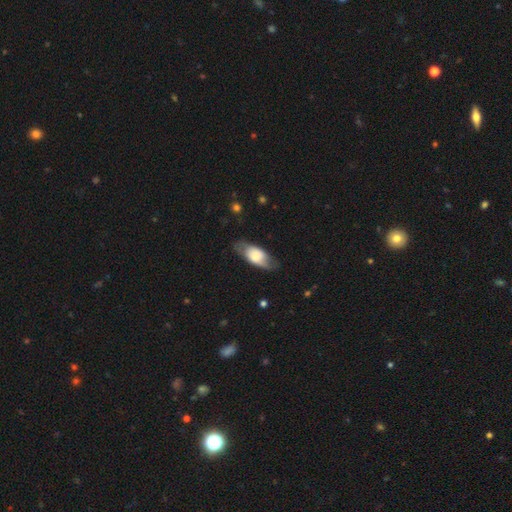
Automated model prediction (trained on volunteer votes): This appears to be a smooth galaxy with no disk features (62%) that is in between round and cigar-shaped (82%). Merging: none (74%).